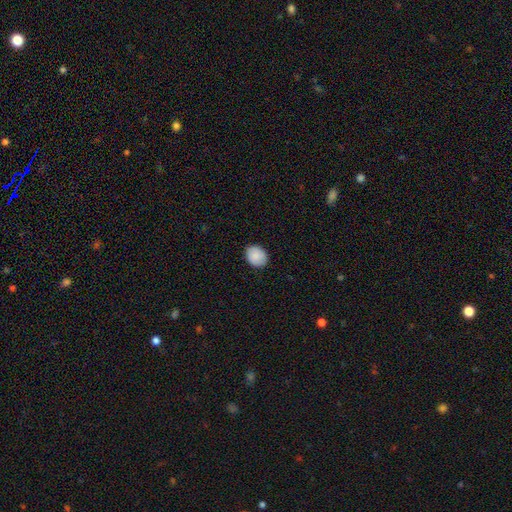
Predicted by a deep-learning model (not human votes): The model was most divided on "how rounded": round: 53%, in between: 47%, cigar-shaped: 1%. More confident: merging — none (88%); smooth or featured — smooth (88%).